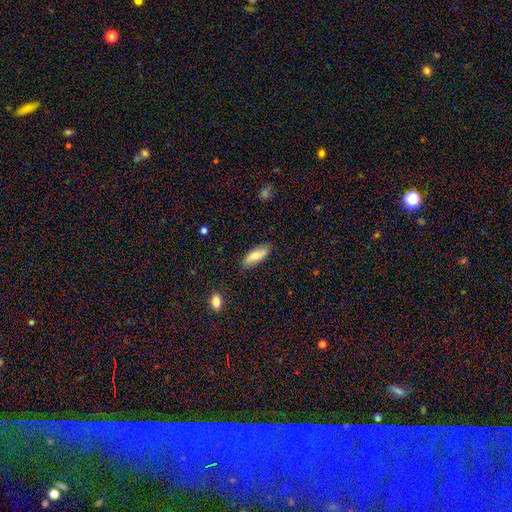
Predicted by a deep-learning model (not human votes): Smooth or featured: smooth — 74% (featured or disk — 20%)
How rounded: in between — 66% (cigar-shaped — 32%)
Merging: none — 77% (minor disturbance — 18%)